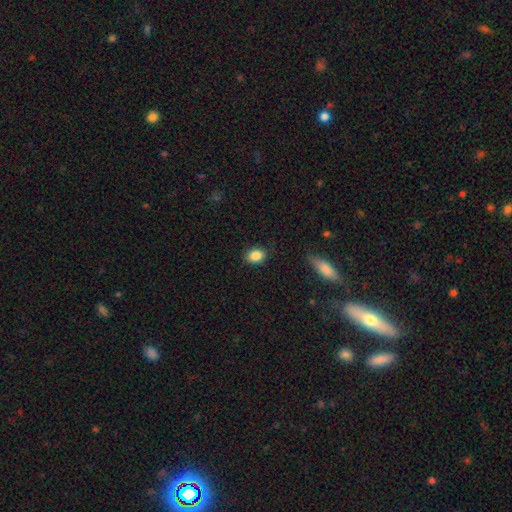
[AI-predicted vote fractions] Morphology: type=smooth (86%); roundness=in between (55%); merging=none (85%).